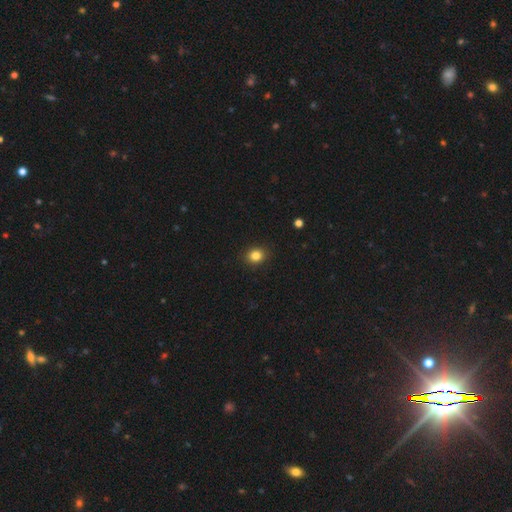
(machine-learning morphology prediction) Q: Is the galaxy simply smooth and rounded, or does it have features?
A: smooth — 84%.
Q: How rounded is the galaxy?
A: round — 68%.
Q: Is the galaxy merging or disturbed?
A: none — 90%.